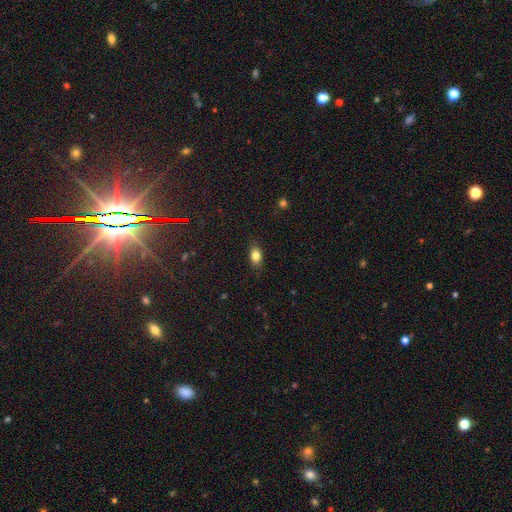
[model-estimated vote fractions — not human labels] Smooth or featured? smooth (81%)
How rounded? in between (84%)
Merging? none (84%)